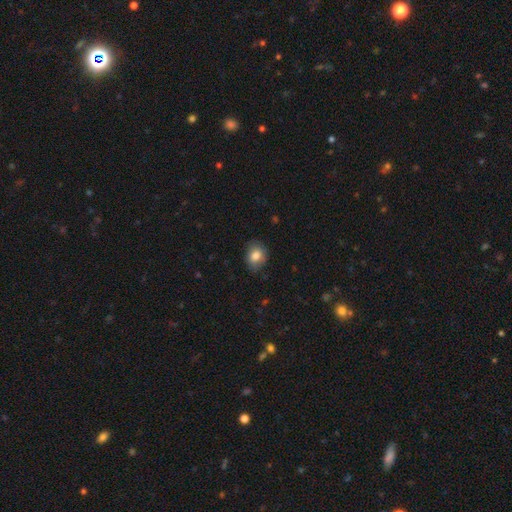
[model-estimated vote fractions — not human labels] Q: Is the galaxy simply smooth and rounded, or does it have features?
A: smooth — 82%.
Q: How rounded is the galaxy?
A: in between — 55%.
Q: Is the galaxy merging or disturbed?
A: none — 81%.